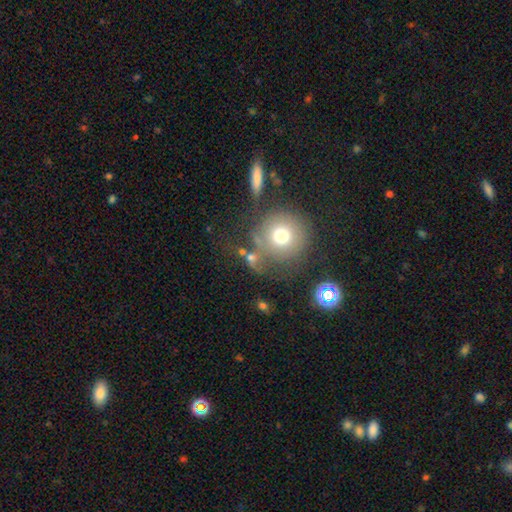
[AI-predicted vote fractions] Overall: smooth (63%). How rounded: round (91%). Merging: none (65%).